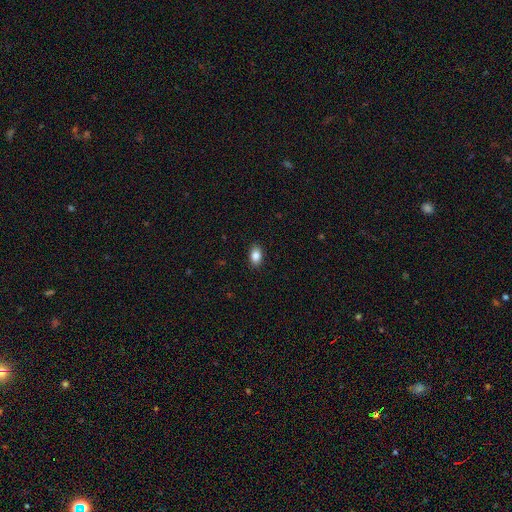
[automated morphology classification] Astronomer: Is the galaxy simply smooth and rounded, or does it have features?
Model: smooth — 86%.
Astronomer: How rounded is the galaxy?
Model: in between — 85%.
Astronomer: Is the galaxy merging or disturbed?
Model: none — 89%.